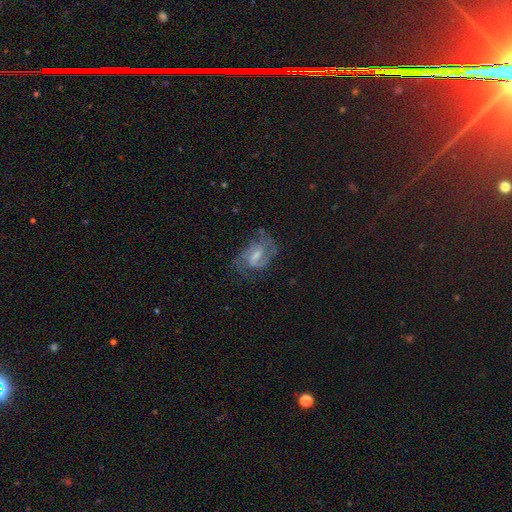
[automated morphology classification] Smooth or featured?
  - featured or disk: 81% *
  - smooth: 12%
  - star or artifact: 7%
Edge-on disk?
  - no: 97% *
  - yes: 3%
Bar?
  - weak: 57% *
  - strong: 26%
  - no: 17%
Spiral arms?
  - yes: 93% *
  - no: 7%
Spiral winding?
  - medium: 51% *
  - tight: 31%
  - loose: 18%
Spiral arm count?
  - 2: 66% *
  - can't tell: 14%
  - 3: 10%
  - 1: 6%
  - 4: 2%
  - more than 4: 2%
Bulge size?
  - moderate: 39% *
  - small: 36%
  - none: 18%
  - large: 6%
  - dominant: 1%
Merging?
  - none: 58% *
  - minor disturbance: 23%
  - major disturbance: 18%
  - merger: 2%